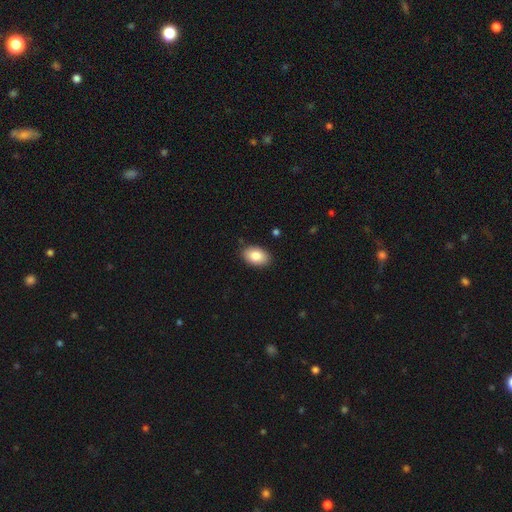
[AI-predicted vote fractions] smooth 85%, featured or disk 8%, star or artifact 7%. Down the decision tree: how rounded — in between (91%); merging — none (87%).